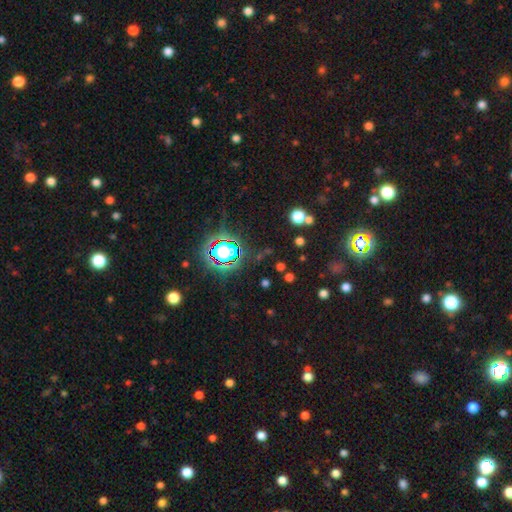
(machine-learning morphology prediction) smooth-or-featured: star or artifact: 75% | smooth: 16% | featured or disk: 9%